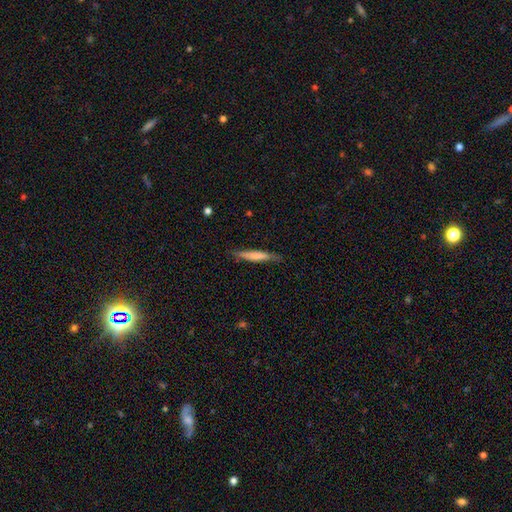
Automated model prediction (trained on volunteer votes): This is likely a smooth galaxy (67%). How rounded: clearly cigar-shaped (91%). Merging: likely none (79%).